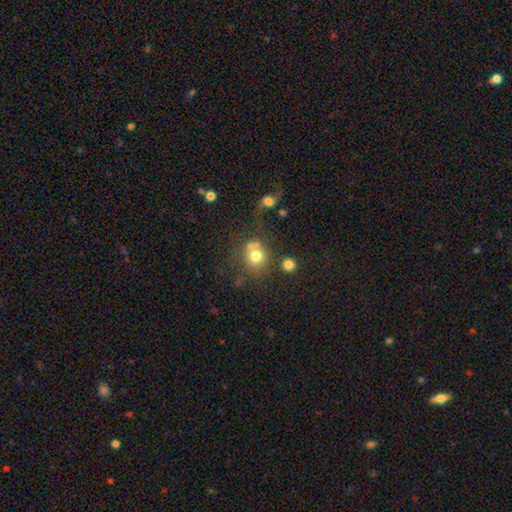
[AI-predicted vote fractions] This appears to be a smooth galaxy with no disk features (74%) that is round (86%). Merging: none (56%).